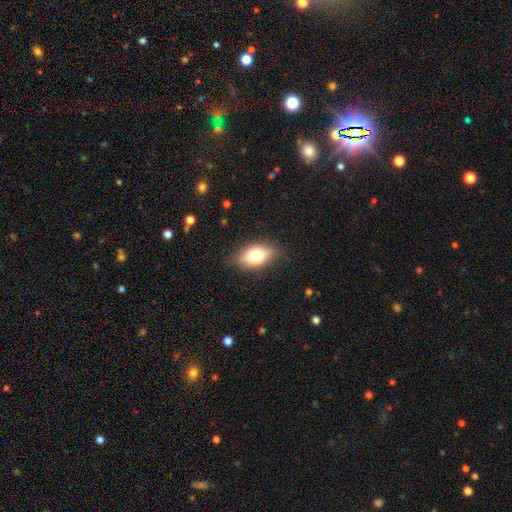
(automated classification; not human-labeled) Overall: smooth (78%). How rounded: in between (89%). Merging: none (82%).